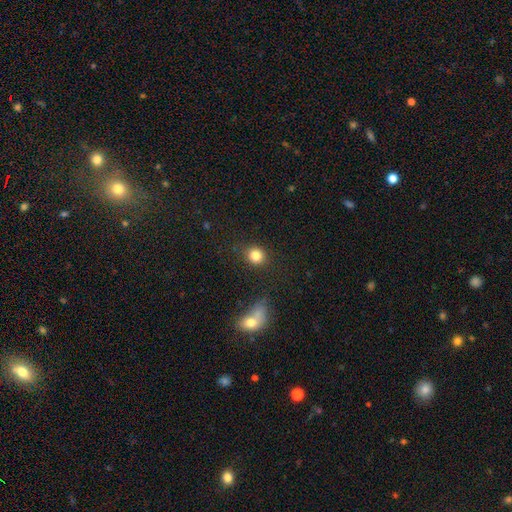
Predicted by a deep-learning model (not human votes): smooth 84%, star or artifact 11%, featured or disk 6%. Down the decision tree: how rounded — round (80%); merging — none (85%).